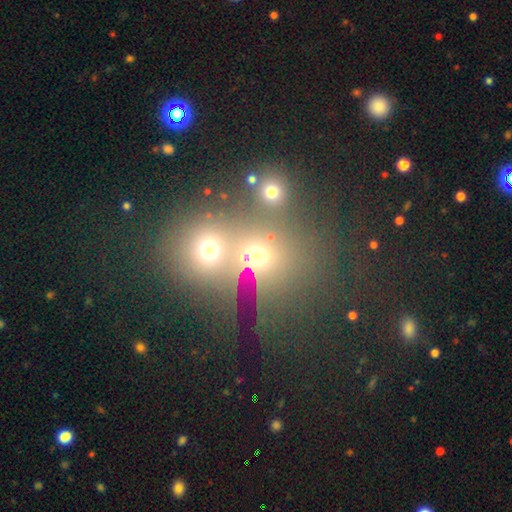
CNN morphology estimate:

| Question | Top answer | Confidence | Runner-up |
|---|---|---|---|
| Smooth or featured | smooth | 49% | star or artifact (34%) |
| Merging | merger | 57% | none (33%) |